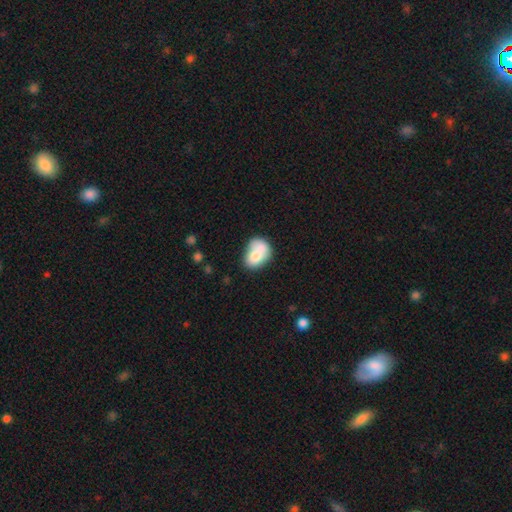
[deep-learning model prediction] Smooth or featured?
  - smooth: 70% *
  - featured or disk: 22%
  - star or artifact: 8%
How rounded?
  - in between: 68% *
  - round: 31%
  - cigar-shaped: 1%
Merging?
  - merger: 47% *
  - none: 28%
  - minor disturbance: 17%
  - major disturbance: 8%